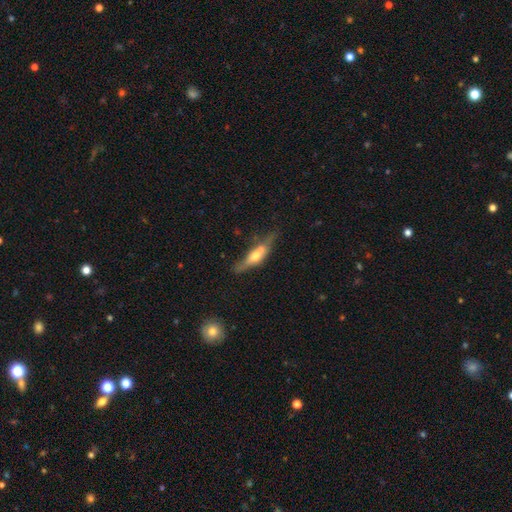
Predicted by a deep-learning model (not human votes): Morphology: type=featured or disk (57%); edge-on=yes (82%); merging=none (50%).